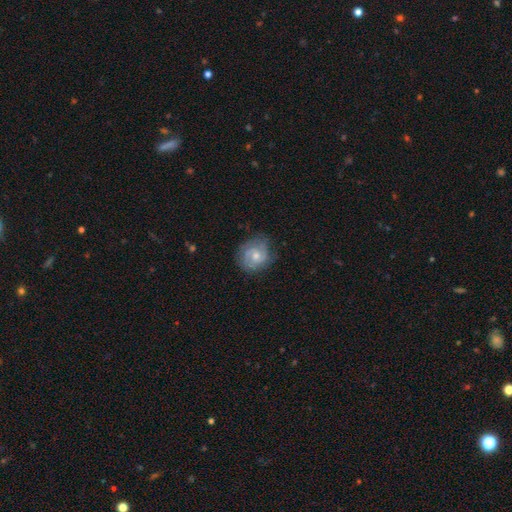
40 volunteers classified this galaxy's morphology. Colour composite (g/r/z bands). It shows a featured or disk galaxy (92%) with no bar (70%), 2 (97%) medium (57%) spiral arms (95%) and a moderate central bulge (62%). Merging: none (82%).